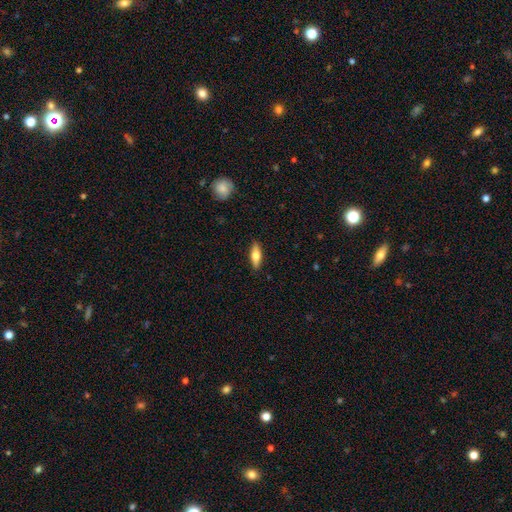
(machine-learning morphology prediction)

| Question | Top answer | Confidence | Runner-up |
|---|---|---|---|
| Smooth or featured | smooth | 66% | featured or disk (28%) |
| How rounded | in between | 62% | cigar-shaped (35%) |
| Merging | none | 88% | minor disturbance (9%) |